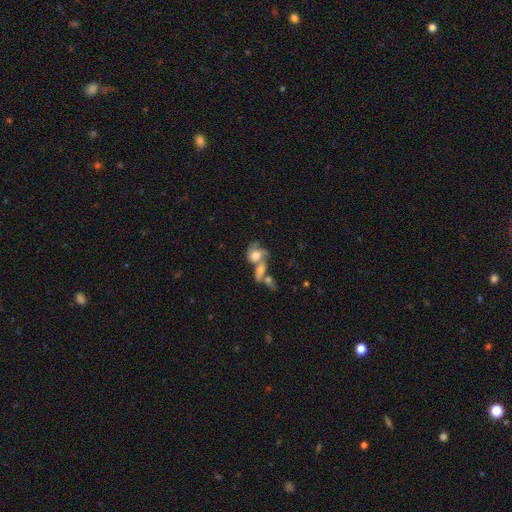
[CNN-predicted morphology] A smooth galaxy with no disk features (47%).

Vote fractions:
- Smooth or featured? smooth: 47% / featured or disk: 43% / star or artifact: 10%
- Merging? merger: 59% / none: 18% / major disturbance: 14% / minor disturbance: 10%